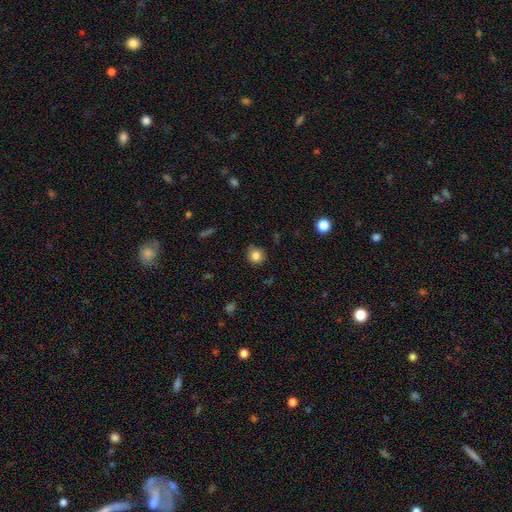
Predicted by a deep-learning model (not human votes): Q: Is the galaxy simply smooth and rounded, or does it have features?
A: smooth — 82%.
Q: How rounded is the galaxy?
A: round — 90%.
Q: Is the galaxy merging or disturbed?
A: none — 85%.